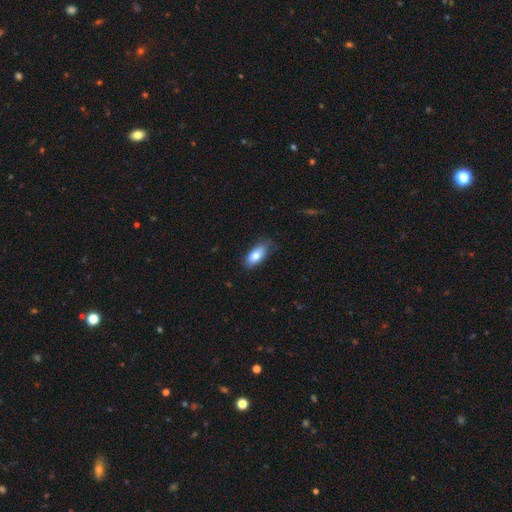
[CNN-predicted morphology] Smooth or featured? smooth (79%)
How rounded? in between (87%)
Merging? none (75%)